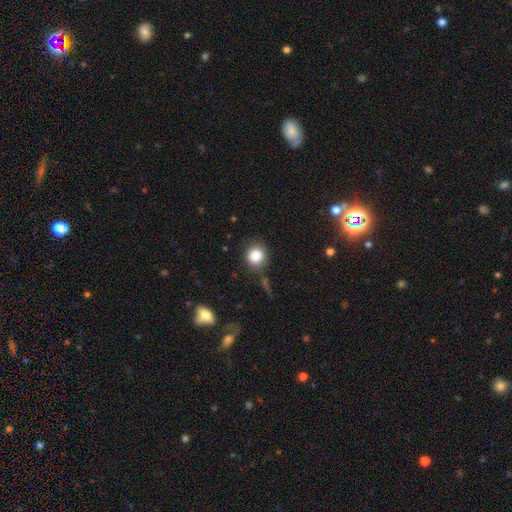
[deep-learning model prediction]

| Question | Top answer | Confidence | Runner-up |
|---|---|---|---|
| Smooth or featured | smooth | 85% | star or artifact (10%) |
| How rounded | round | 82% | in between (17%) |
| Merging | none | 76% | minor disturbance (15%) |